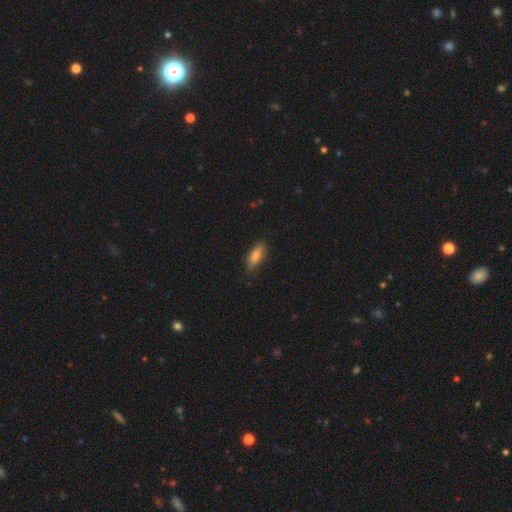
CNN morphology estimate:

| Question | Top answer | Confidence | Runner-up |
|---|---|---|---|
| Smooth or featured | smooth | 76% | featured or disk (17%) |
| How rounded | in between | 63% | cigar-shaped (35%) |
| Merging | none | 81% | minor disturbance (16%) |